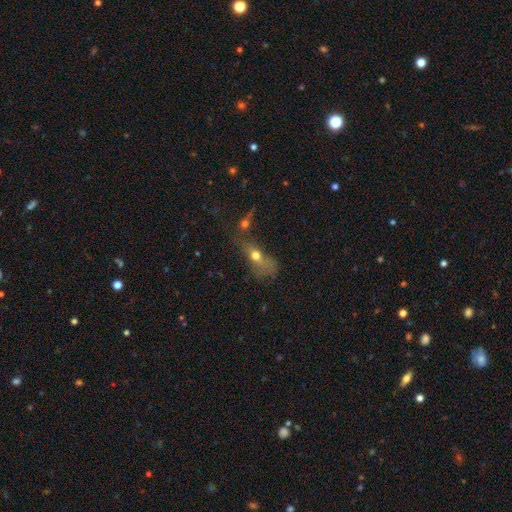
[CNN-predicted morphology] Smooth or featured? Predicted: smooth (p=0.59). How rounded? Predicted: in between (p=0.59). Merging? Predicted: major disturbance (p=0.30).